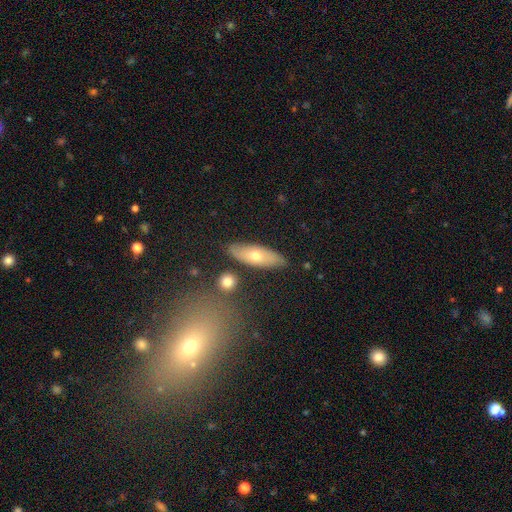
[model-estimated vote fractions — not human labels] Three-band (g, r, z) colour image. It shows a smooth galaxy with no disk features (56%) that is in between round and cigar-shaped (61%). Merging: none (82%).